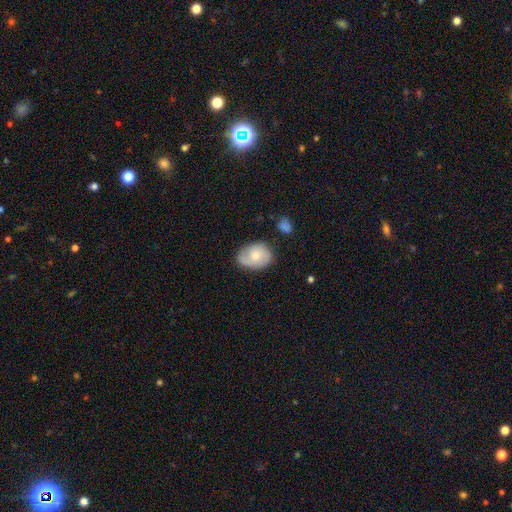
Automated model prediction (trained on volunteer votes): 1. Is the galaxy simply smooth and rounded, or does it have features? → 49% smooth, 44% featured or disk, 7% star or artifact.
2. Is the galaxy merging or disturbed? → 65% none, 25% minor disturbance, 7% major disturbance, 3% merger.